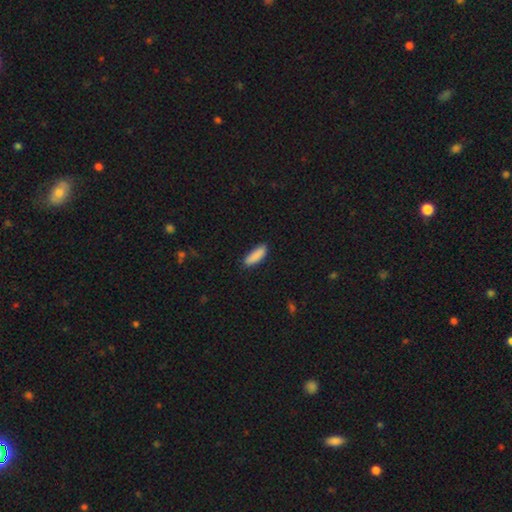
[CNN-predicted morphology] smooth 90%, star or artifact 6%, featured or disk 4%. Down the decision tree: how rounded — in between (53%); merging — none (86%).